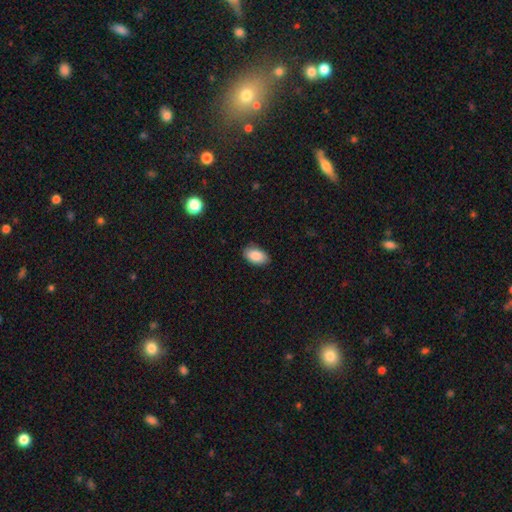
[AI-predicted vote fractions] Q: Smooth or featured?
A: smooth (88%); runner-up: star or artifact (7%)
Q: How rounded?
A: in between (94%); runner-up: round (5%)
Q: Merging?
A: none (86%); runner-up: minor disturbance (11%)